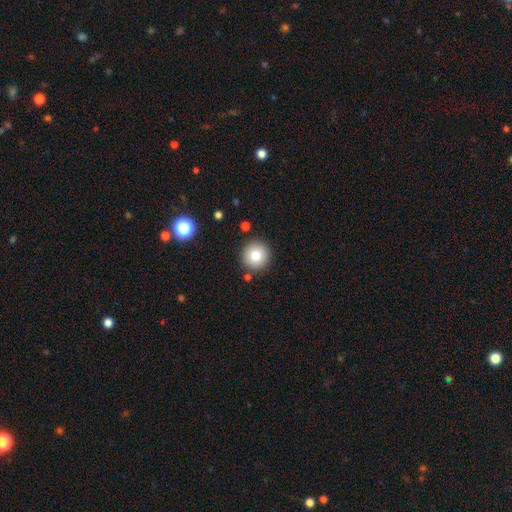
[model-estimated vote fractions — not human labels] Smooth or featured? Predicted: smooth (p=0.79). How rounded? Predicted: round (p=0.95). Merging? Predicted: none (p=0.87).